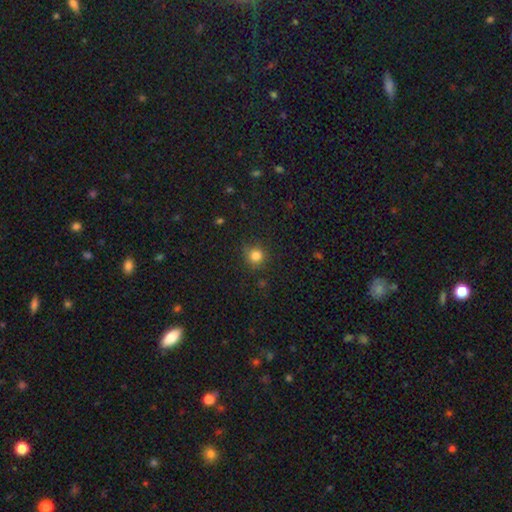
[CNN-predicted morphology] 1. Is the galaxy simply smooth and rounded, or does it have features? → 82% smooth, 13% star or artifact, 5% featured or disk.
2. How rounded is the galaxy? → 91% round, 8% in between, 1% cigar-shaped.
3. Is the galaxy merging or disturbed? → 84% none, 12% minor disturbance, 3% major disturbance, 2% merger.